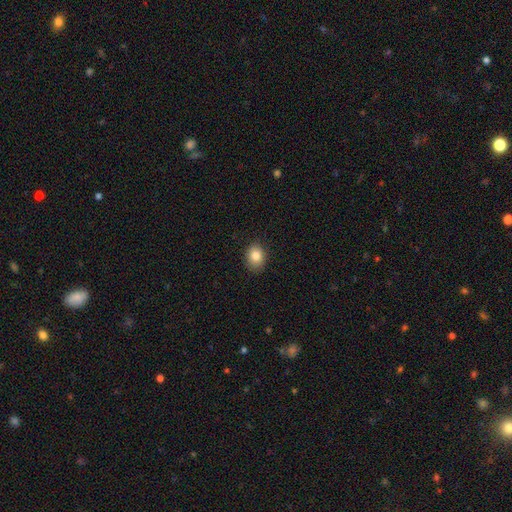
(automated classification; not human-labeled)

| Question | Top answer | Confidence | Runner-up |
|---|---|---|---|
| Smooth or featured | smooth | 83% | star or artifact (9%) |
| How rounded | in between | 56% | round (43%) |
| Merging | none | 88% | minor disturbance (9%) |